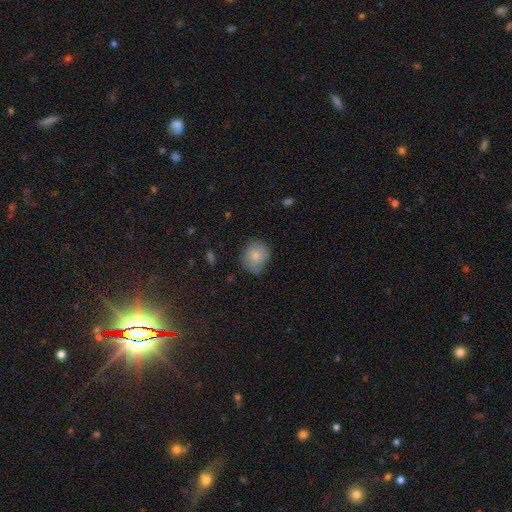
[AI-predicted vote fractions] A smooth galaxy with no disk features (80%) that is round (70%). Merging: none (68%).